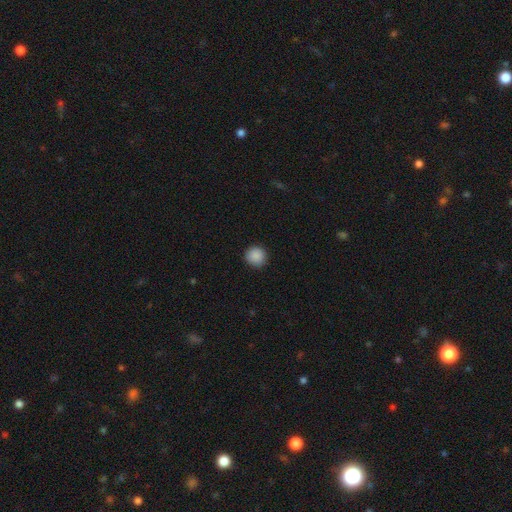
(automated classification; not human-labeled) smooth-or-featured: smooth: 89% | star or artifact: 9% | featured or disk: 2%
  how-rounded: round: 94% | in between: 5% | cigar-shaped: 1%
  merging: none: 91% | minor disturbance: 6% | major disturbance: 2% | merger: 1%